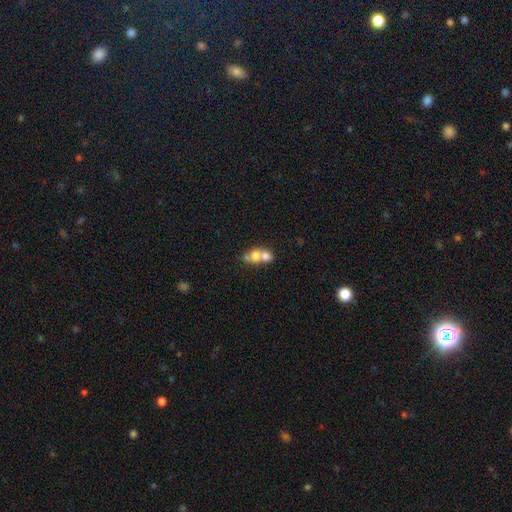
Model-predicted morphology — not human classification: The model was most divided on "how rounded": round: 58%, in between: 40%, cigar-shaped: 2%. More confident: merging — merger (70%); smooth or featured — smooth (66%).